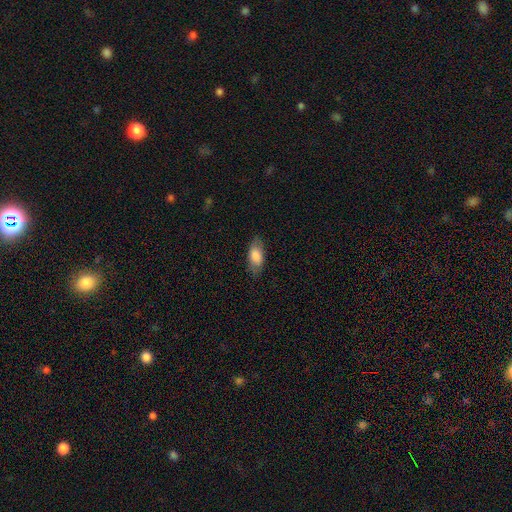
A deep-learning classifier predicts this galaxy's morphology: Smooth or featured: smooth — 80% (featured or disk — 14%)
How rounded: in between — 87% (cigar-shaped — 10%)
Merging: none — 80% (minor disturbance — 15%)